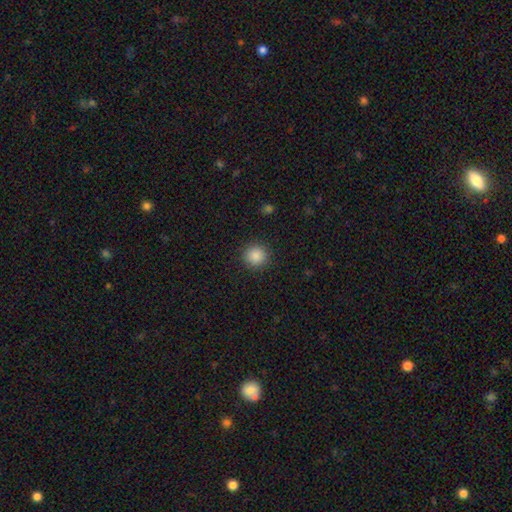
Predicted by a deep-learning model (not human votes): Smooth or featured?
  - smooth: 87% *
  - star or artifact: 10%
  - featured or disk: 3%
How rounded?
  - round: 93% *
  - in between: 6%
  - cigar-shaped: 1%
Merging?
  - none: 91% *
  - minor disturbance: 6%
  - major disturbance: 2%
  - merger: 1%